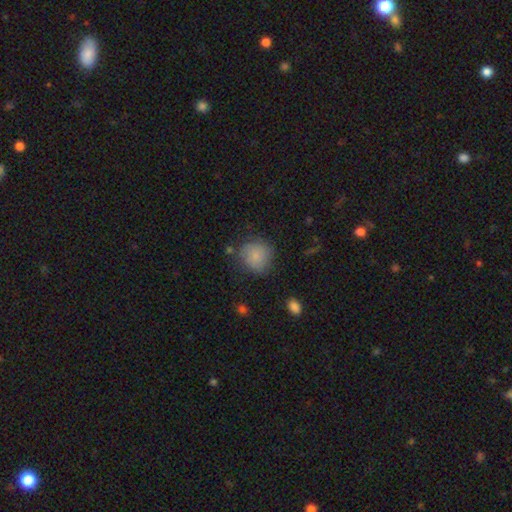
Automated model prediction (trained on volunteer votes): Smooth or featured? Predicted: smooth (p=0.81). How rounded? Predicted: round (p=0.84). Merging? Predicted: none (p=0.69).